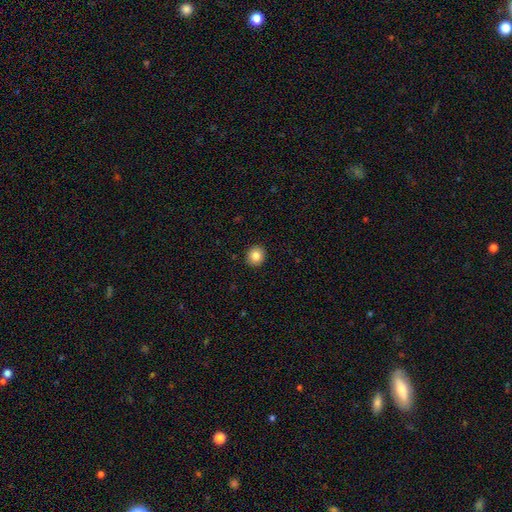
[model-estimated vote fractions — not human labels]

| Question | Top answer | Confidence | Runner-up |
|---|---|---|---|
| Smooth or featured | smooth | 83% | star or artifact (10%) |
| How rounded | round | 86% | in between (13%) |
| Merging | none | 92% | minor disturbance (5%) |